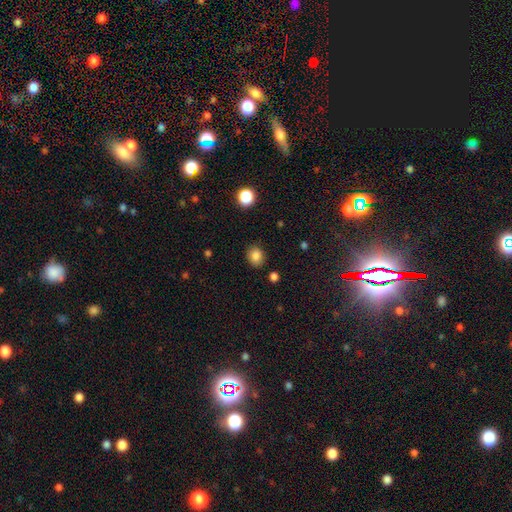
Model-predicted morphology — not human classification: A smooth galaxy with no disk features (85%) that is round (62%).

Vote fractions:
- Smooth or featured? smooth: 85% / star or artifact: 11% / featured or disk: 4%
- How rounded? round: 62% / in between: 38% / cigar-shaped: 1%
- Merging? none: 86% / minor disturbance: 9% / major disturbance: 3% / merger: 2%